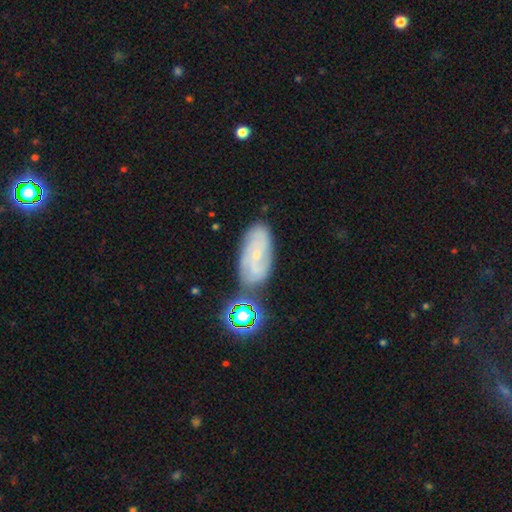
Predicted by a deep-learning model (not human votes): The model was most divided on "spiral arm count" (2-way tie): can't tell: 36%, 2: 36%, 3: 15%, 4: 6%, 1: 4%, more than 4: 4%. More confident: edge-on disk — no (93%); spiral arms — yes (89%); bulge size — small (79%); merging — none (70%); smooth or featured — featured or disk (66%); bar — no (60%); spiral winding — tight (51%).